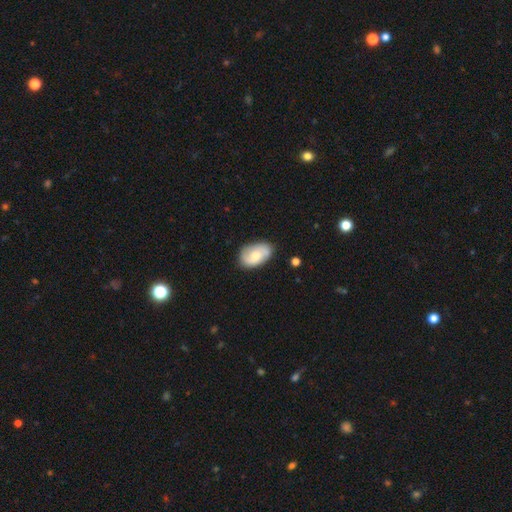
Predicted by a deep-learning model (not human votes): Overall: smooth (55%; featured or disk 39%). How rounded: in between (90%). Merging: none (70%).